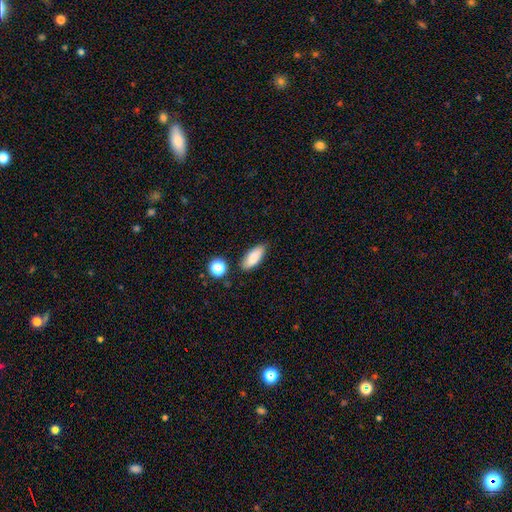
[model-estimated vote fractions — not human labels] This is clearly a smooth galaxy (85%). How rounded: clearly in between (80%). Merging: likely none (79%).